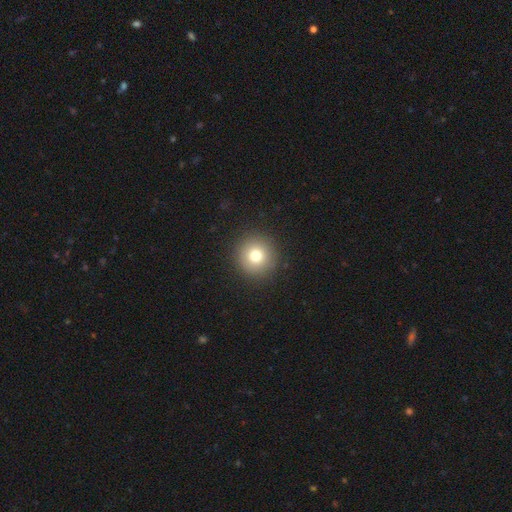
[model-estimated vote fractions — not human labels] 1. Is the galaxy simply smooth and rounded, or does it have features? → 77% smooth, 12% star or artifact, 11% featured or disk.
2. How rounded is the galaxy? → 94% round, 5% in between, 1% cigar-shaped.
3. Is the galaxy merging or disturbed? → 91% none, 5% minor disturbance, 2% major disturbance, 1% merger.